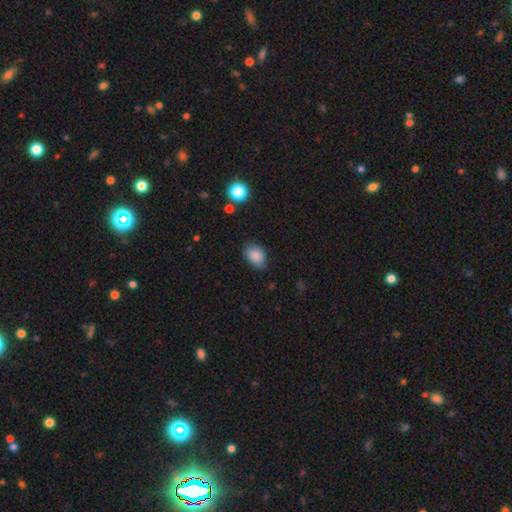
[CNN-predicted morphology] type=smooth (86%); roundness=in between (79%); merging=none (76%).